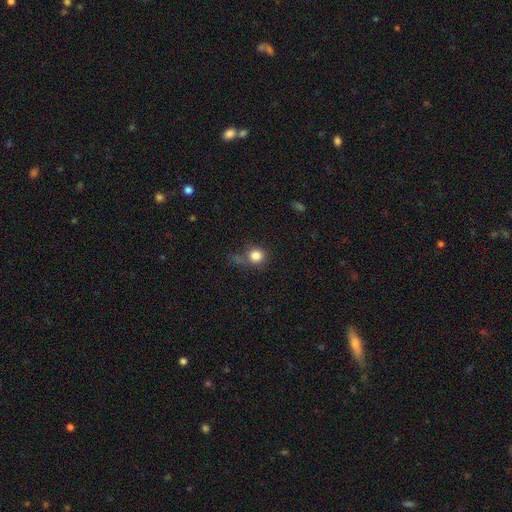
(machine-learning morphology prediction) Q: Smooth or featured?
A: smooth (82%); runner-up: star or artifact (11%)
Q: How rounded?
A: round (89%); runner-up: in between (10%)
Q: Merging?
A: none (56%); runner-up: minor disturbance (22%)